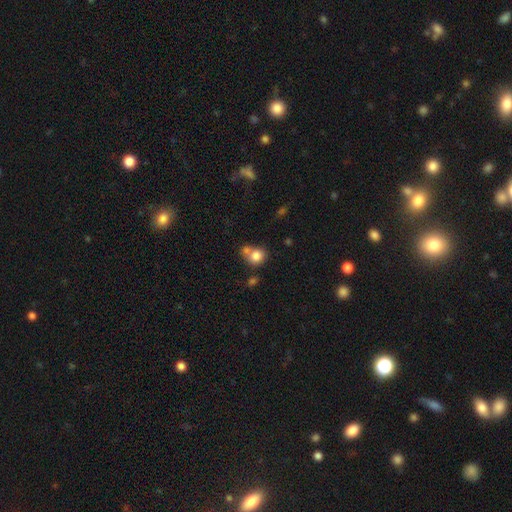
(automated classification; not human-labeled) Smooth or featured? smooth (81%)
How rounded? round (72%)
Merging? none (44%)